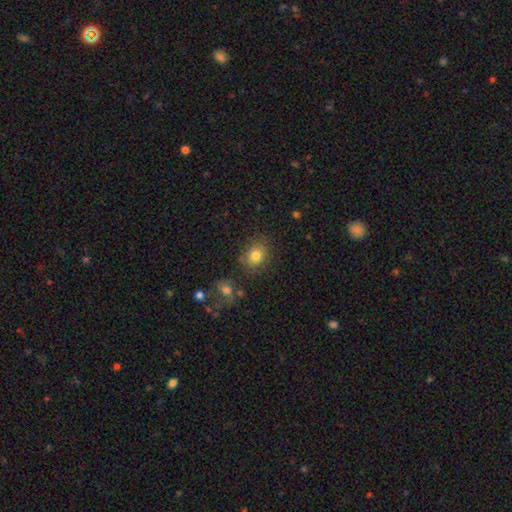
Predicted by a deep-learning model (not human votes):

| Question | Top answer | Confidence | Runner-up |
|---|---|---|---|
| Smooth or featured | smooth | 79% | star or artifact (12%) |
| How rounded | round | 55% | in between (44%) |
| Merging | none | 78% | minor disturbance (13%) |